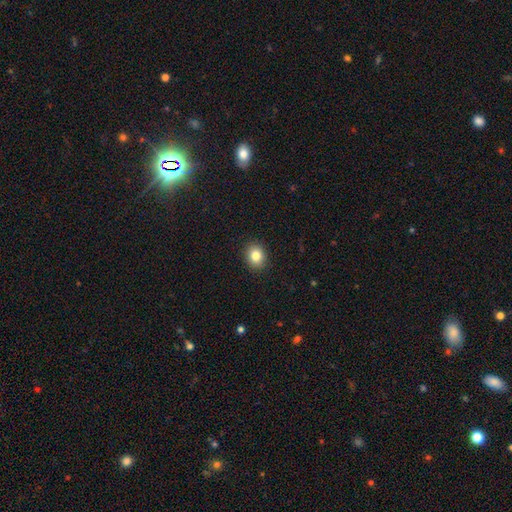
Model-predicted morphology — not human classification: A smooth galaxy with no disk features (83%) that is round (60%).

Vote fractions:
- Smooth or featured? smooth: 83% / star or artifact: 10% / featured or disk: 7%
- How rounded? round: 60% / in between: 39% / cigar-shaped: 1%
- Merging? none: 90% / minor disturbance: 7% / major disturbance: 2% / merger: 1%